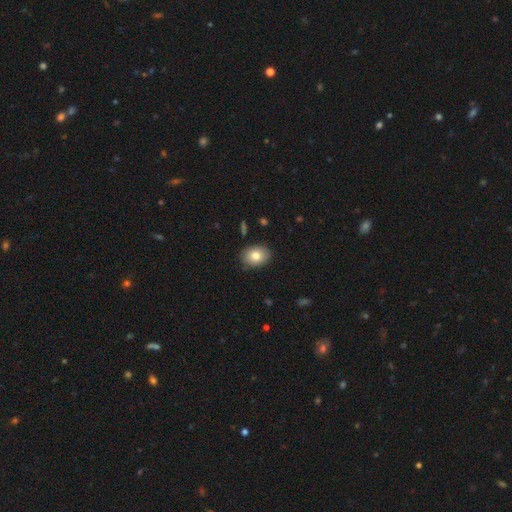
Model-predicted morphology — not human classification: Smooth or featured? Predicted: smooth (p=0.81). How rounded? Predicted: in between (p=0.61). Merging? Predicted: none (p=0.86).